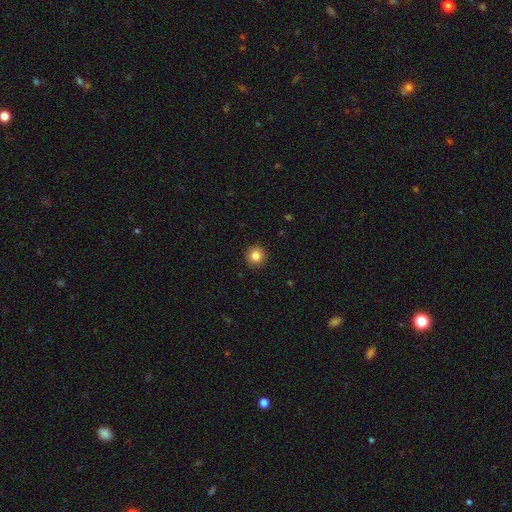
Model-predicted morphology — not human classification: smooth 83%, star or artifact 10%, featured or disk 6%. Down the decision tree: how rounded — round (94%); merging — none (92%).